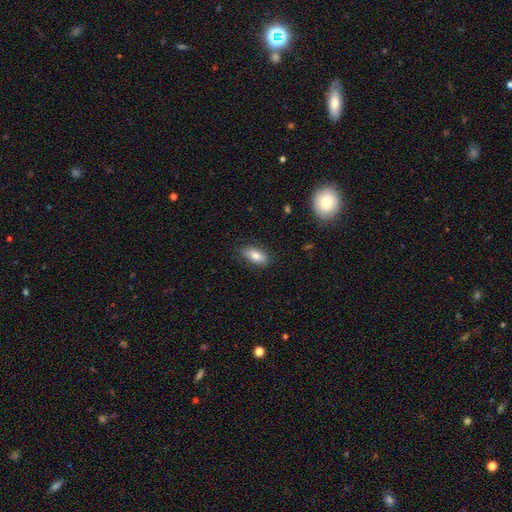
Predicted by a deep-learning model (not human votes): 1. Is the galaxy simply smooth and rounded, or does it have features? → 80% smooth, 13% featured or disk, 7% star or artifact.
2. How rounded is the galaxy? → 86% in between, 10% cigar-shaped, 3% round.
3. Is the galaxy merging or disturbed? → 84% none, 12% minor disturbance, 3% major disturbance, 1% merger.